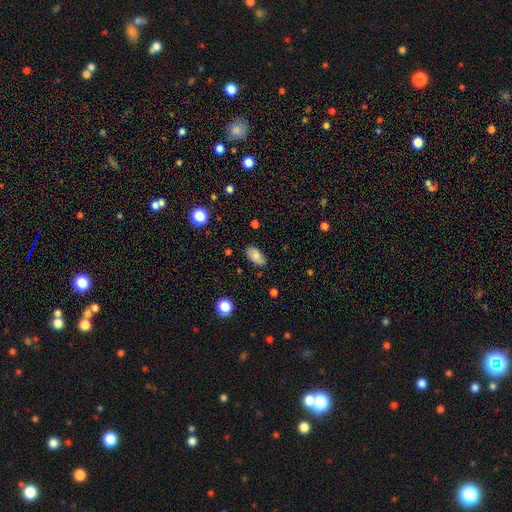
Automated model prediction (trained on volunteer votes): Smooth or featured? Predicted: smooth (p=0.74). How rounded? Predicted: in between (p=0.93). Merging? Predicted: none (p=0.81).